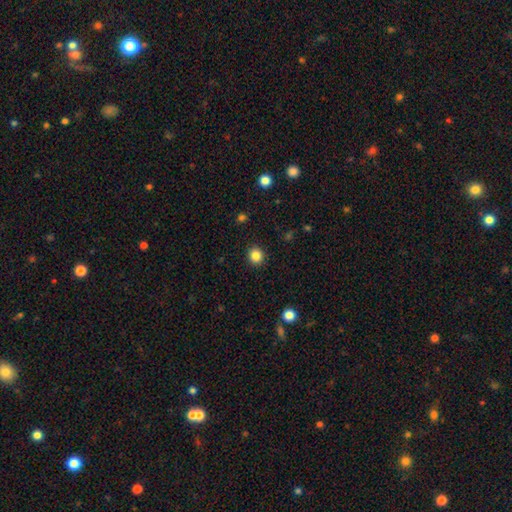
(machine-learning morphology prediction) smooth_or_featured: smooth (p=0.85) [alt: star or artifact p=0.11]
how_rounded: round (p=0.84) [alt: in between p=0.15]
merging: none (p=0.91) [alt: minor disturbance p=0.06]